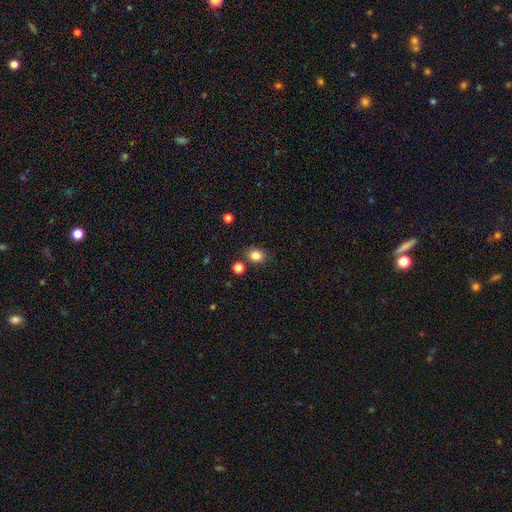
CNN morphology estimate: The model was most divided on "how rounded": round: 59%, in between: 40%, cigar-shaped: 1%. More confident: smooth or featured — smooth (83%); merging — none (81%).